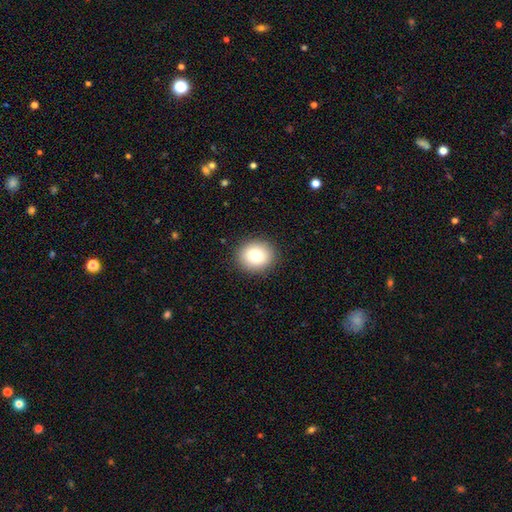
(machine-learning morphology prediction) A smooth galaxy with no disk features (80%) that is round (77%).

Vote fractions:
- Smooth or featured? smooth: 80% / featured or disk: 10% / star or artifact: 10%
- How rounded? round: 77% / in between: 23% / cigar-shaped: 1%
- Merging? none: 90% / minor disturbance: 7% / major disturbance: 2% / merger: 1%